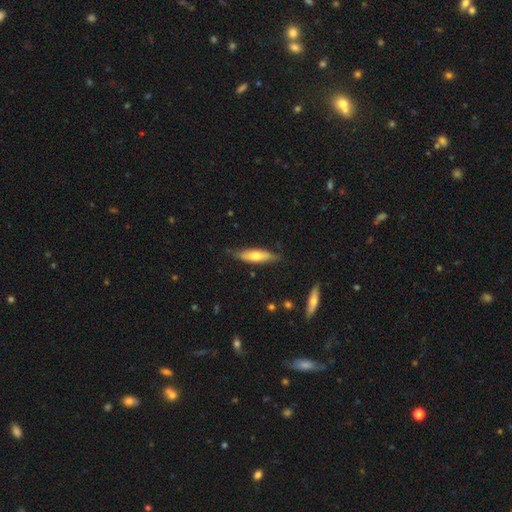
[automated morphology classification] smooth_or_featured: smooth (p=0.56) [alt: featured or disk p=0.39]
how_rounded: cigar-shaped (p=0.61) [alt: in between p=0.37]
merging: none (p=0.79) [alt: minor disturbance p=0.17]